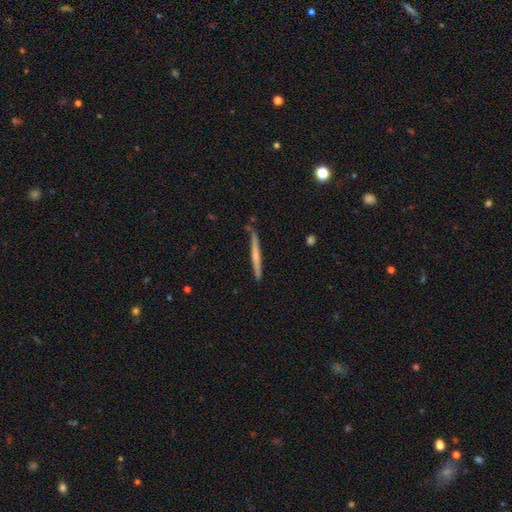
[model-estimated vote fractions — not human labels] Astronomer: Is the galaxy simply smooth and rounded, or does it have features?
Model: featured or disk — 49% (runner-up: smooth, 45%).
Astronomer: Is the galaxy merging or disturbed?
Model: none — 85%.